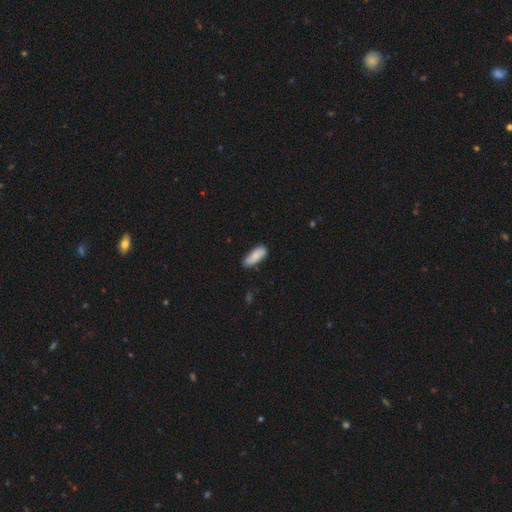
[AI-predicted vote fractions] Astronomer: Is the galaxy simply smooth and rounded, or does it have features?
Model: smooth — 79%.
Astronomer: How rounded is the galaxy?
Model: in between — 73%.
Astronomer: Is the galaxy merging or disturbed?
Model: none — 75%.